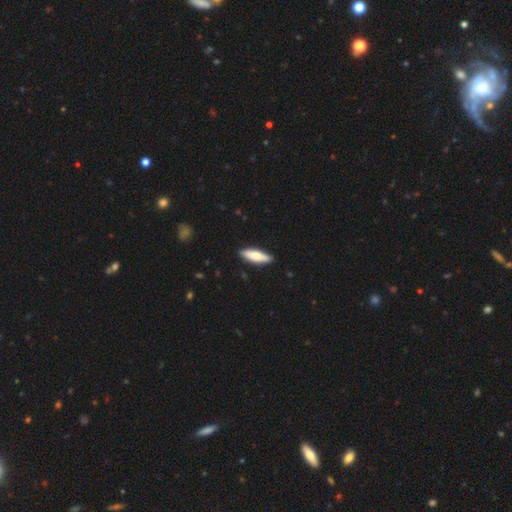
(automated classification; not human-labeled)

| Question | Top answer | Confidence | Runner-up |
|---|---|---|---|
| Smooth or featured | smooth | 71% | featured or disk (24%) |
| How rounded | cigar-shaped | 52% | in between (46%) |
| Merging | none | 87% | minor disturbance (10%) |